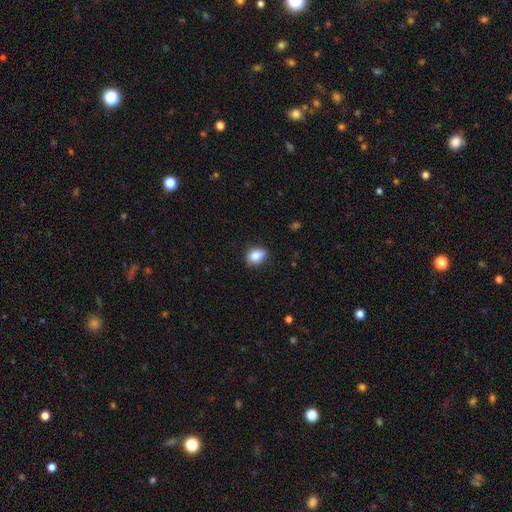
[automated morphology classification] This appears to be a smooth galaxy with no disk features (84%) that is in between round and cigar-shaped (71%). Merging: none (79%).